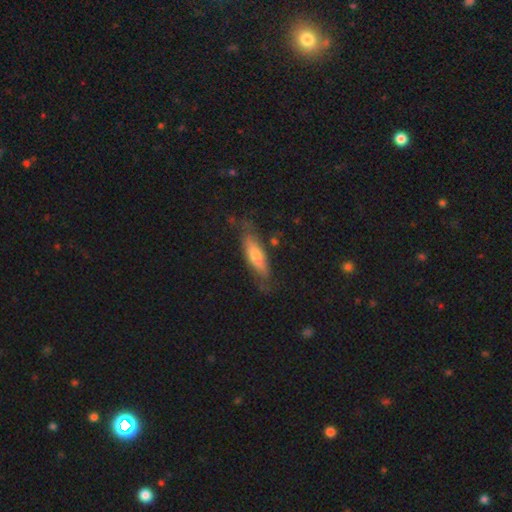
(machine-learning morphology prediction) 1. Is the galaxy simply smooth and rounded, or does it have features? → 55% smooth, 39% featured or disk, 6% star or artifact.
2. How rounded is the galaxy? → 60% cigar-shaped, 38% in between, 2% round.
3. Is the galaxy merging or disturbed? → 69% none, 21% minor disturbance, 7% major disturbance, 2% merger.